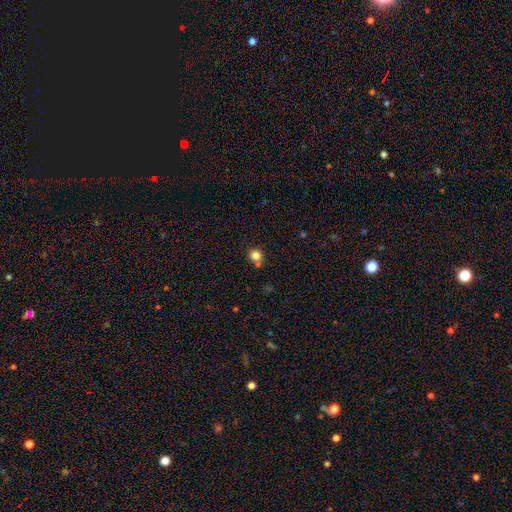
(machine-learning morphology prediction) type=smooth (81%); roundness=round (90%); merging=none (72%).